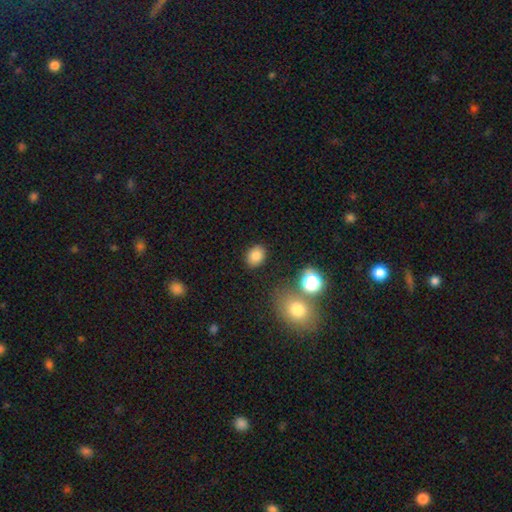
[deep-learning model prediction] This is clearly a smooth galaxy (82%). How rounded: possibly in between (55%). Merging: clearly none (86%).